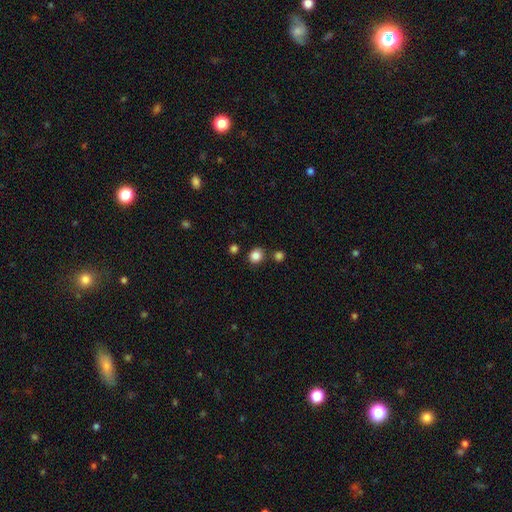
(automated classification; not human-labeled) A smooth galaxy with no disk features (85%) that is round (83%). Merging: none (81%).